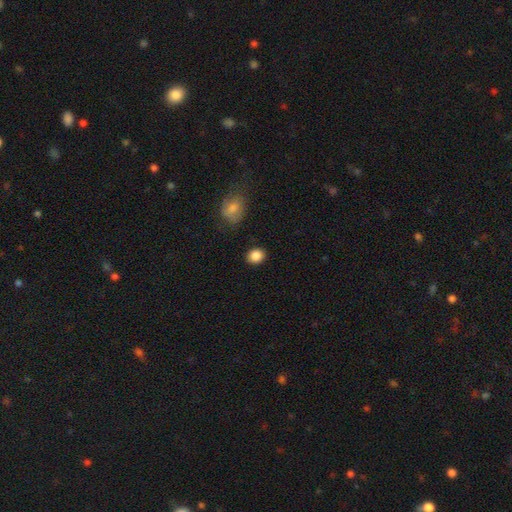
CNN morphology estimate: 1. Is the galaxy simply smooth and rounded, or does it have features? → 87% smooth, 9% star or artifact, 4% featured or disk.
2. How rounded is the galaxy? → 60% round, 39% in between, 1% cigar-shaped.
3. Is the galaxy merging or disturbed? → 87% none, 9% minor disturbance, 3% major disturbance, 2% merger.